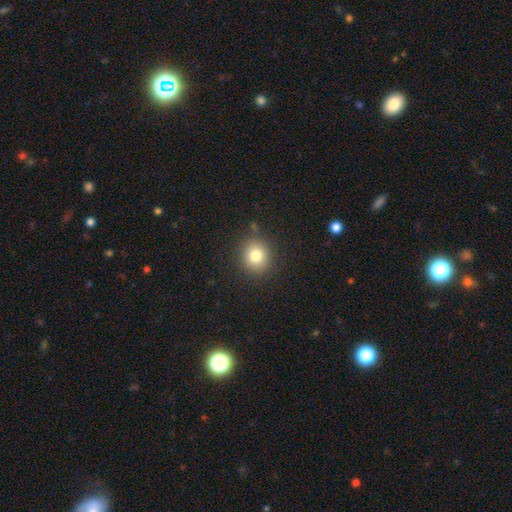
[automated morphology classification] A smooth galaxy with no disk features (79%) that is round (85%).

Vote fractions:
- Smooth or featured? smooth: 79% / star or artifact: 12% / featured or disk: 9%
- How rounded? round: 85% / in between: 15% / cigar-shaped: 1%
- Merging? none: 87% / minor disturbance: 8% / major disturbance: 3% / merger: 2%